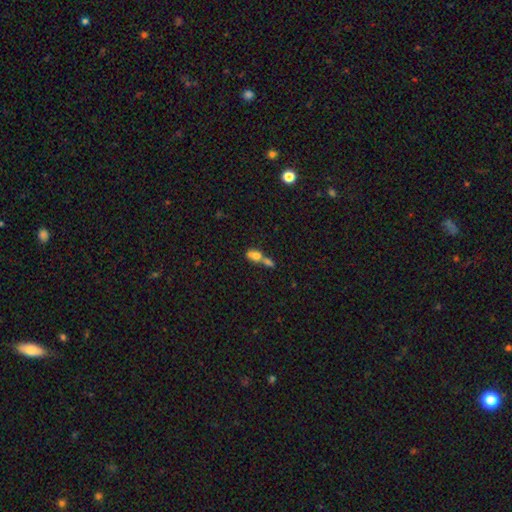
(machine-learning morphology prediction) Smooth or featured? smooth (65%)
How rounded? in between (67%)
Merging? merger (70%)